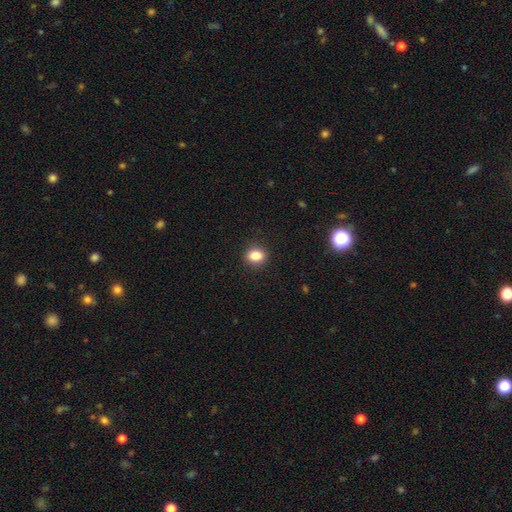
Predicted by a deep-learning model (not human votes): This appears to be a smooth galaxy with no disk features (83%) that is round (59%). Merging: none (91%).